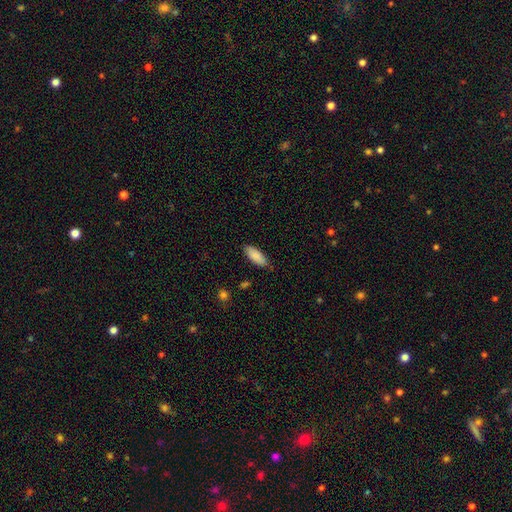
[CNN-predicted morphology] The model was most divided on "how rounded": in between: 77%, cigar-shaped: 22%, round: 1%. More confident: smooth or featured — smooth (88%); merging — none (84%).